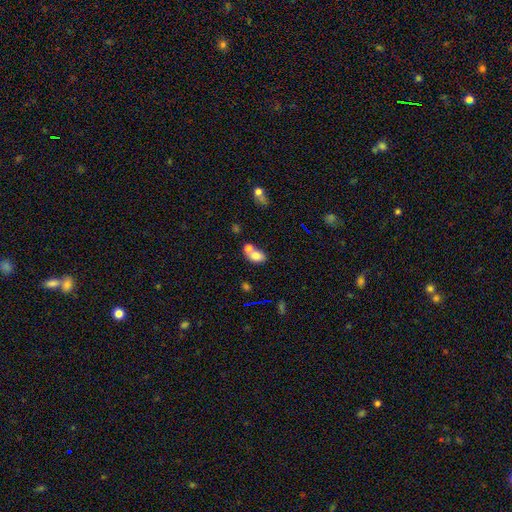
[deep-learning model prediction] Overall: smooth (75%). How rounded: in between (72%). Merging: merger (56%; none 31%).